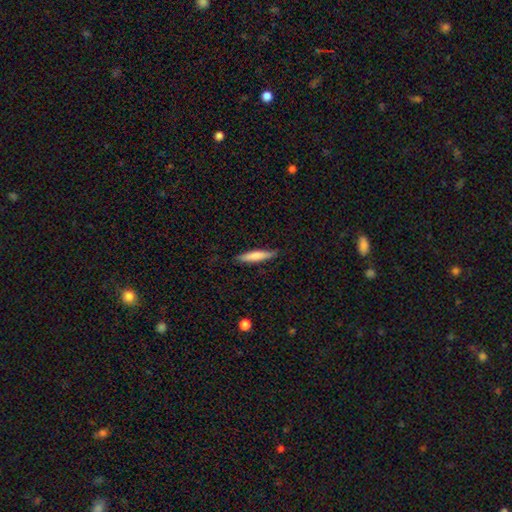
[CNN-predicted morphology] This appears to be a smooth galaxy with no disk features (74%) that is cigar-shaped (85%). Merging: none (83%).